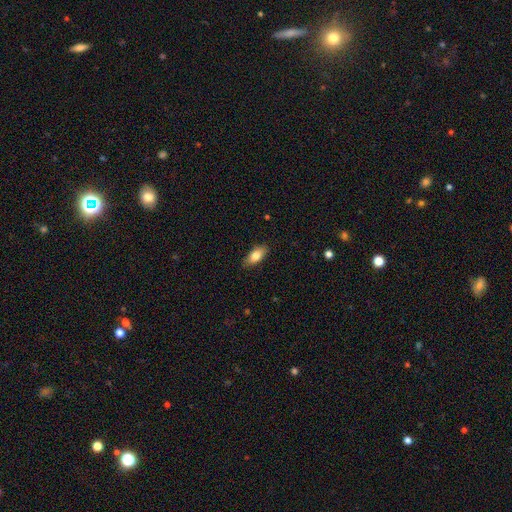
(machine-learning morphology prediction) Smooth or featured? smooth (80%)
How rounded? in between (86%)
Merging? none (86%)